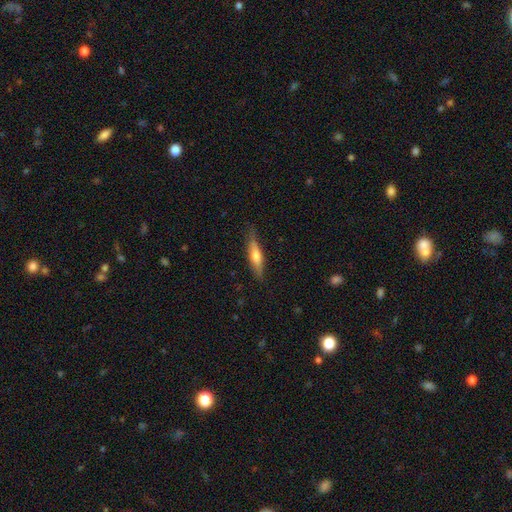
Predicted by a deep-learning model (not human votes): Q: Smooth or featured?
A: smooth (53%); runner-up: featured or disk (41%)
Q: How rounded?
A: cigar-shaped (75%); runner-up: in between (23%)
Q: Merging?
A: none (81%); runner-up: minor disturbance (15%)